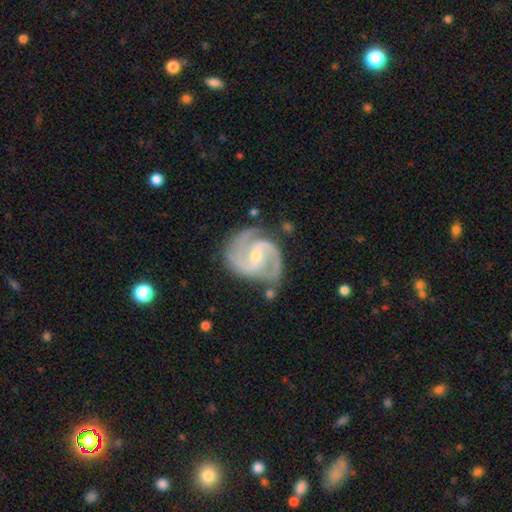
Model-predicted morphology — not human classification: Q: Smooth or featured?
A: featured or disk (92%); runner-up: star or artifact (4%)
Q: Edge-on disk?
A: no (98%); runner-up: yes (2%)
Q: Bar?
A: weak (47%); runner-up: strong (28%)
Q: Spiral arms?
A: yes (98%); runner-up: no (2%)
Q: Spiral winding?
A: medium (59%); runner-up: tight (30%)
Q: Spiral arm count?
A: 2 (84%); runner-up: 3 (9%)
Q: Bulge size?
A: small (68%); runner-up: moderate (29%)
Q: Merging?
A: none (70%); runner-up: minor disturbance (20%)